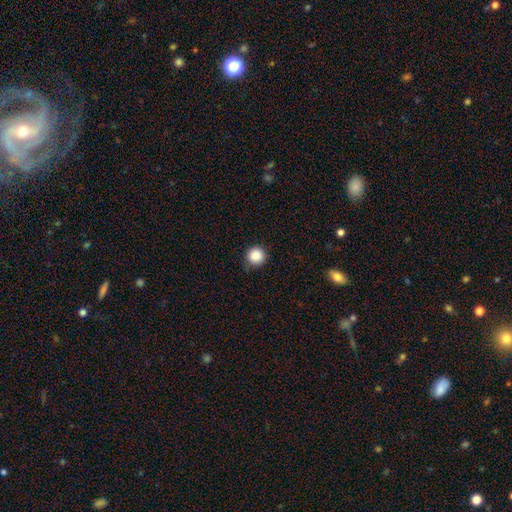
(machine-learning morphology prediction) This appears to be a smooth galaxy with no disk features (87%) that is round (95%). Merging: none (87%).